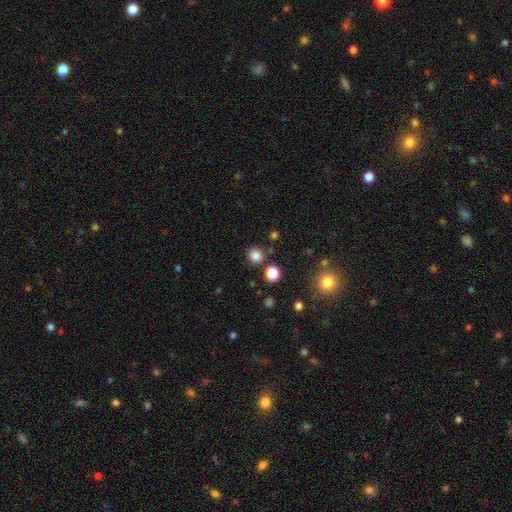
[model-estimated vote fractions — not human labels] This is clearly a smooth galaxy (83%). How rounded: clearly round (93%). Merging: clearly none (85%).